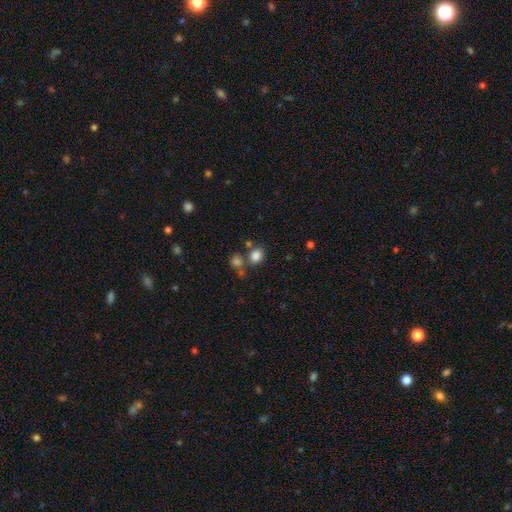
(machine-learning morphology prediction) Smooth or featured?
  - smooth: 83% *
  - star or artifact: 12%
  - featured or disk: 5%
How rounded?
  - round: 59% *
  - in between: 40%
  - cigar-shaped: 1%
Merging?
  - none: 66% *
  - merger: 19%
  - minor disturbance: 11%
  - major disturbance: 4%